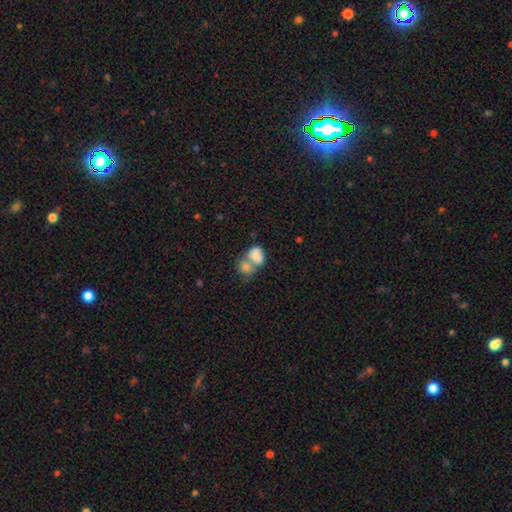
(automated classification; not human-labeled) smooth-or-featured: smooth: 79% | featured or disk: 13% | star or artifact: 8%
  how-rounded: in between: 69% | round: 29% | cigar-shaped: 1%
  merging: merger: 67% | none: 19% | minor disturbance: 8% | major disturbance: 6%